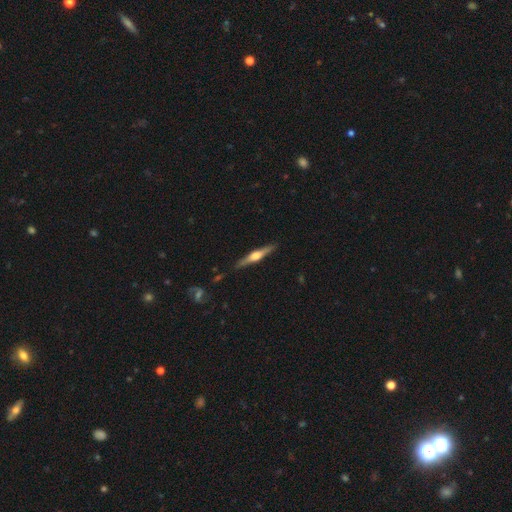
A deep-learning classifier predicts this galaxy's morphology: featured or disk 72%, smooth 23%, star or artifact 5%. Down the decision tree: edge-on disk — yes (98%); edge-on bulge — rounded (90%); merging — none (89%).